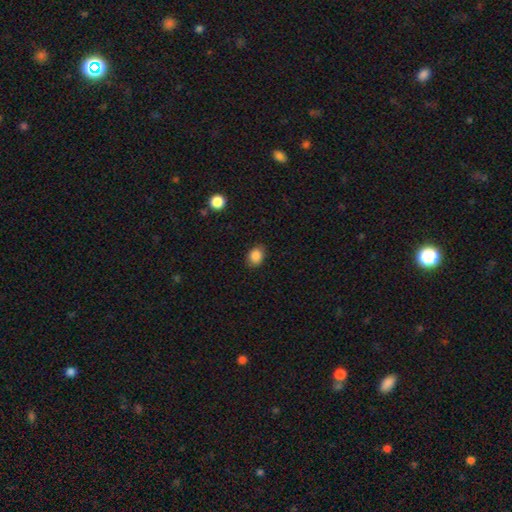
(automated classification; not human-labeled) Smooth or featured?
  - smooth: 86% *
  - star or artifact: 10%
  - featured or disk: 4%
How rounded?
  - in between: 54% *
  - round: 45%
  - cigar-shaped: 1%
Merging?
  - none: 85% *
  - minor disturbance: 11%
  - major disturbance: 3%
  - merger: 1%